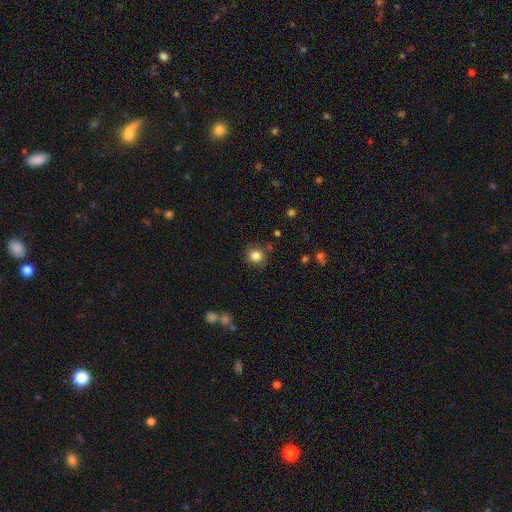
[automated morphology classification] A smooth galaxy with no disk features (83%) that is round (87%). Merging: none (86%).